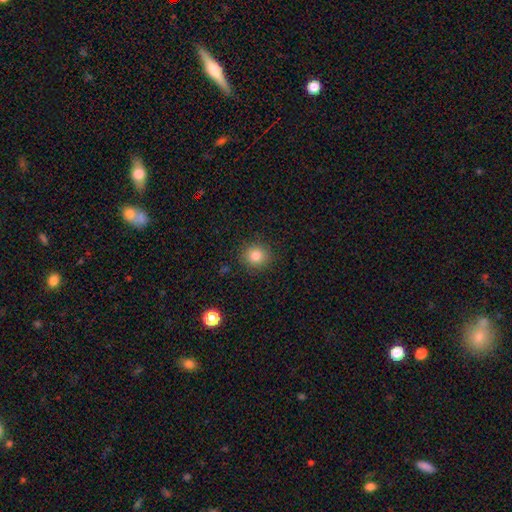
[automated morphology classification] smooth 82%, star or artifact 11%, featured or disk 6%. Down the decision tree: how rounded — round (87%); merging — none (89%).